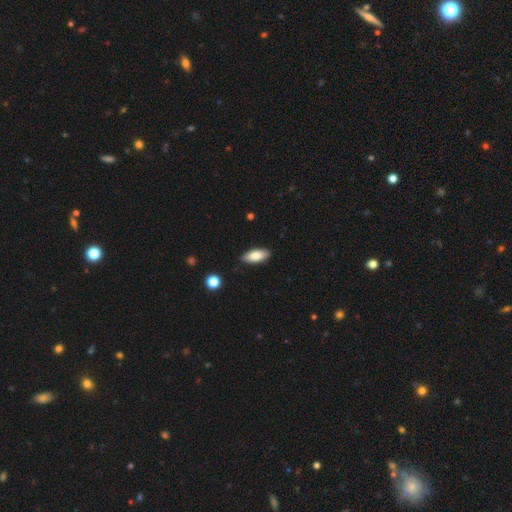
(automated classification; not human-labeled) This is clearly a smooth galaxy (83%). How rounded: clearly in between (84%). Merging: clearly none (87%).